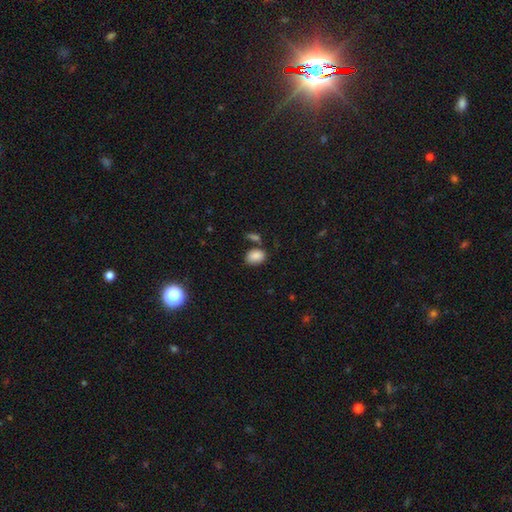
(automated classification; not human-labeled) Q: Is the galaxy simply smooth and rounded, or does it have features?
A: smooth — 87%.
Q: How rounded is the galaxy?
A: in between — 81%.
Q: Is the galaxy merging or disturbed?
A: none — 67%.